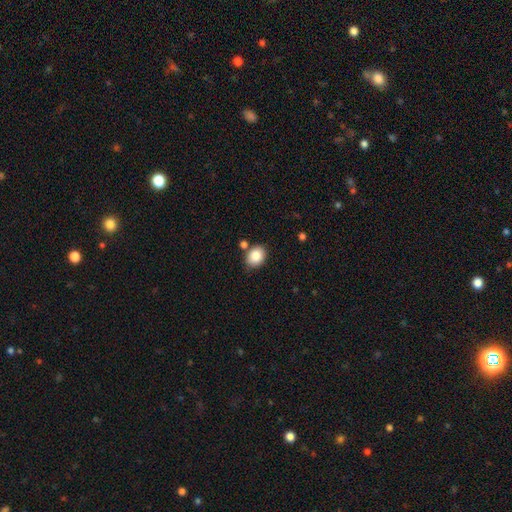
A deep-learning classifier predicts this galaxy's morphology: type=smooth (86%); roundness=in between (61%); merging=none (74%).